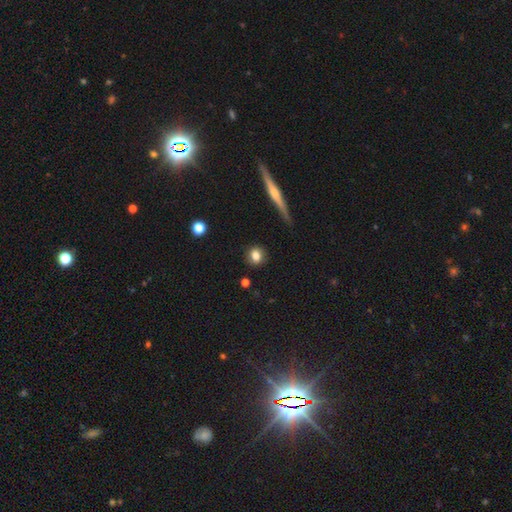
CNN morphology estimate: This appears to be a smooth galaxy with no disk features (81%) that is round (76%). Merging: none (88%).